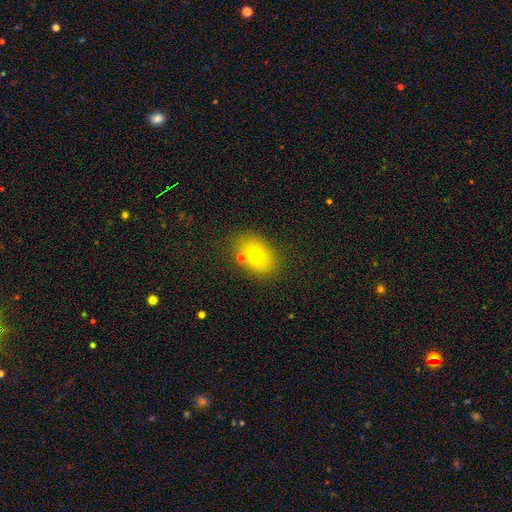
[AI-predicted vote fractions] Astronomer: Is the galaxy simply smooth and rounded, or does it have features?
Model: smooth — 71%.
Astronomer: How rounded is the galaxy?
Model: in between — 74%.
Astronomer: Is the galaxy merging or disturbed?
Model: none — 77%.